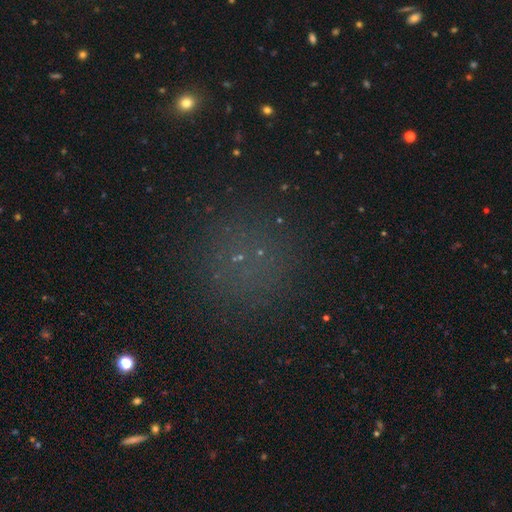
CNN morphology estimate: The model was most divided on "smooth or featured": smooth: 47%, star or artifact: 42%, featured or disk: 10%. More confident: merging — none (85%).